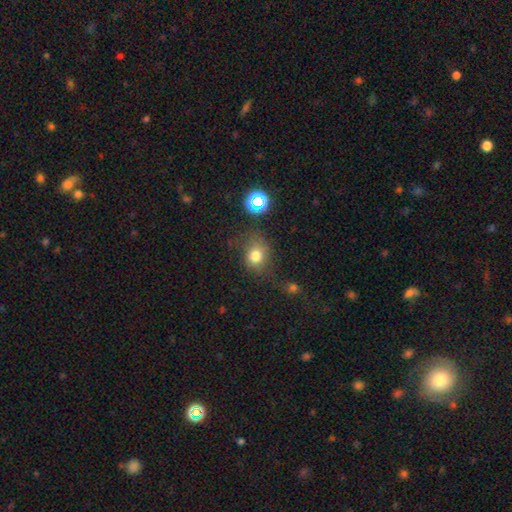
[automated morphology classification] Smooth or featured? smooth (73%)
How rounded? round (66%)
Merging? none (61%)